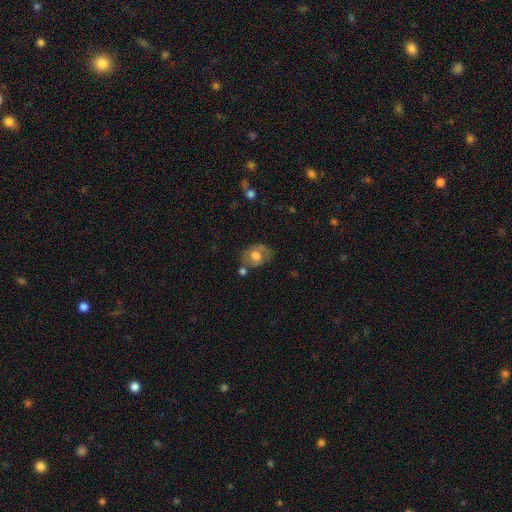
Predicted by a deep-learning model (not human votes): Morphology: type=smooth (59%); roundness=in between (62%); merging=none (57%).